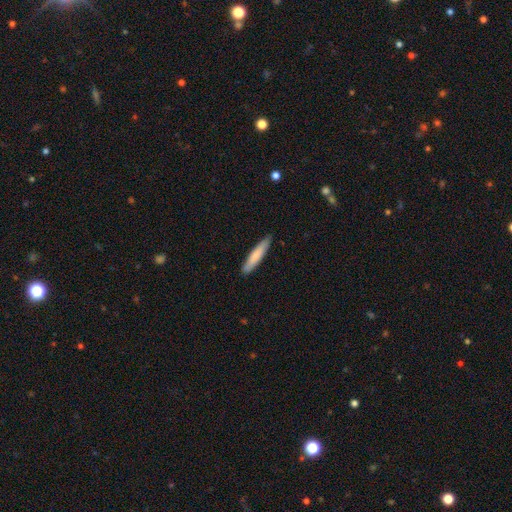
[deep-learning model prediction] Q: Smooth or featured?
A: smooth (78%); runner-up: featured or disk (17%)
Q: How rounded?
A: cigar-shaped (89%); runner-up: in between (10%)
Q: Merging?
A: none (88%); runner-up: minor disturbance (10%)